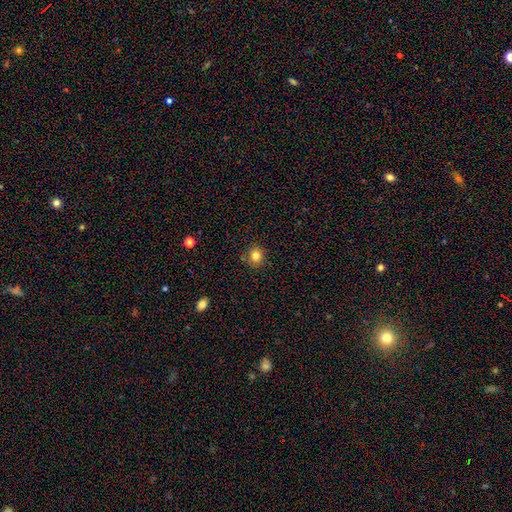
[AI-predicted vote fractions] smooth_or_featured: smooth (p=0.81) [alt: star or artifact p=0.12]
how_rounded: round (p=0.82) [alt: in between p=0.17]
merging: none (p=0.85) [alt: minor disturbance p=0.10]